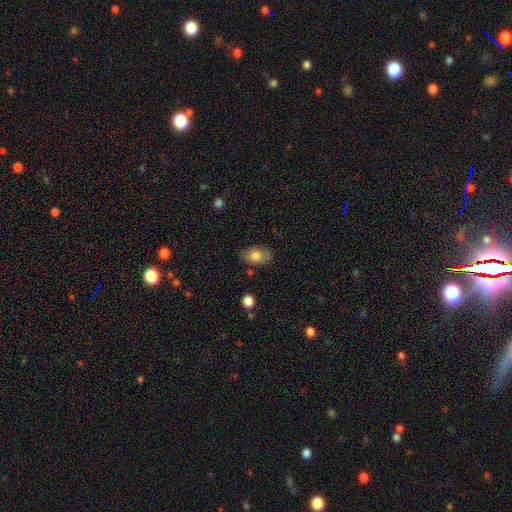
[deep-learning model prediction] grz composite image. It shows a smooth galaxy with no disk features (76%) that is in between round and cigar-shaped (89%). Merging: none (79%).